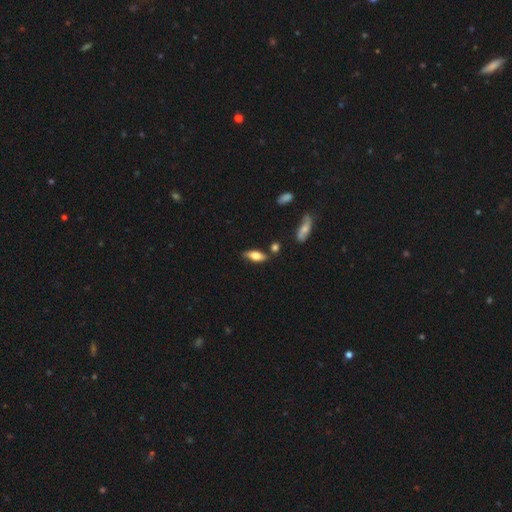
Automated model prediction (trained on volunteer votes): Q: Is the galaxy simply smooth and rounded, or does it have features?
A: smooth — 69%.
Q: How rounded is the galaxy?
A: in between — 72%.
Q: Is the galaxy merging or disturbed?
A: none — 74%.